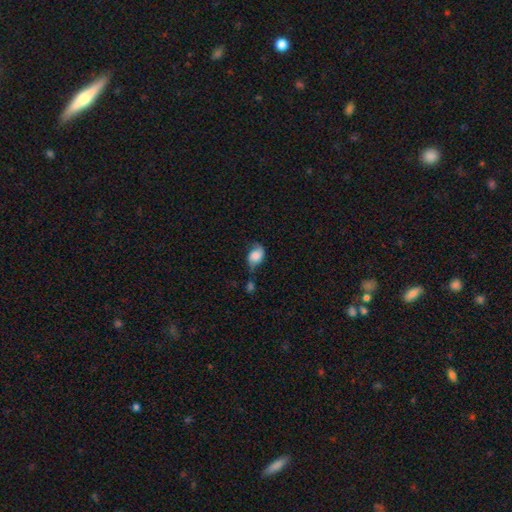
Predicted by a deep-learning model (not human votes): smooth_or_featured: smooth (p=0.61) [alt: featured or disk p=0.30]
how_rounded: in between (p=0.76) [alt: round p=0.22]
merging: none (p=0.34) [tied with: minor disturbance p=0.34]